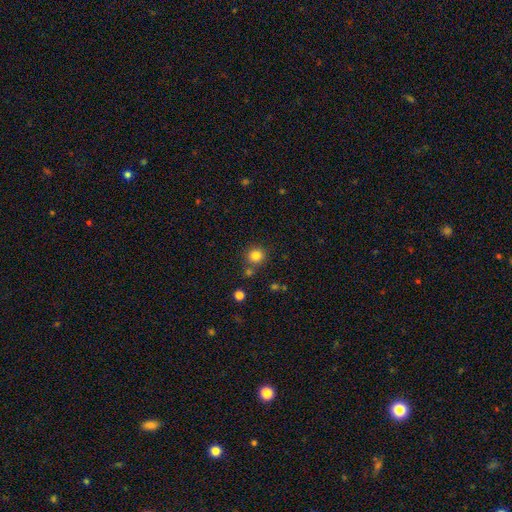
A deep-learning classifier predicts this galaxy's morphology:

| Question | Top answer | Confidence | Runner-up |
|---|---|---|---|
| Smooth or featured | smooth | 82% | star or artifact (12%) |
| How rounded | round | 90% | in between (9%) |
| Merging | none | 77% | merger (11%) |